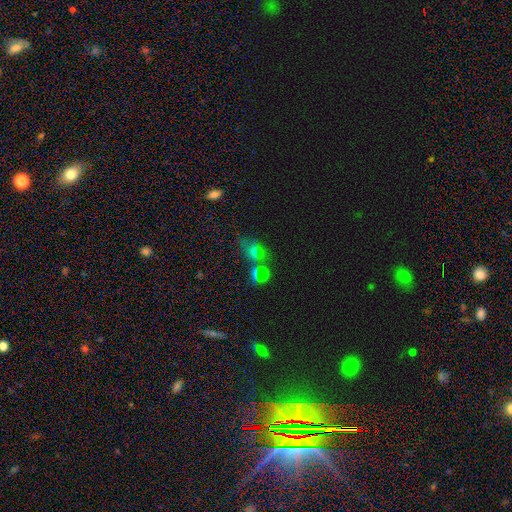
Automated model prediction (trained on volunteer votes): This is possibly a smooth galaxy (46%). Merging: possibly none (46%).